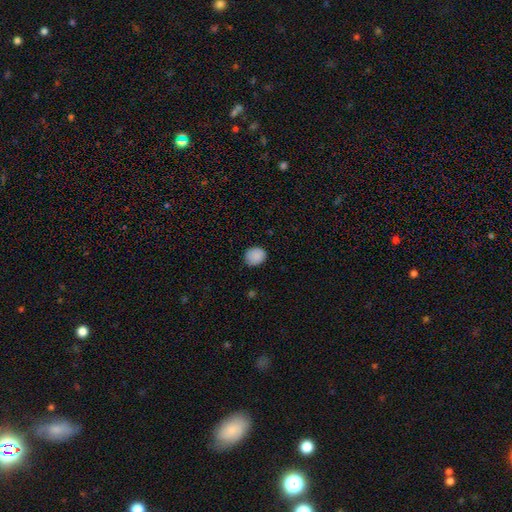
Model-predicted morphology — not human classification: Smooth or featured?
  - smooth: 88% *
  - star or artifact: 8%
  - featured or disk: 3%
How rounded?
  - round: 67% *
  - in between: 32%
  - cigar-shaped: 1%
Merging?
  - none: 84% *
  - minor disturbance: 13%
  - major disturbance: 2%
  - merger: 1%